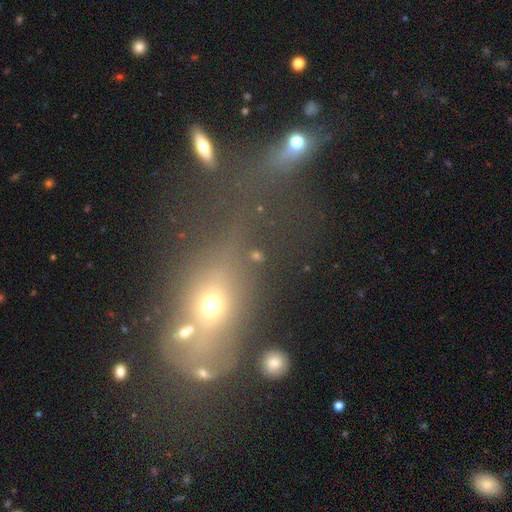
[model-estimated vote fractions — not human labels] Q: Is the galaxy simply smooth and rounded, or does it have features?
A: smooth — 53%.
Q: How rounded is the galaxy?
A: round — 44%.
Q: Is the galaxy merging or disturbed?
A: none — 50%.